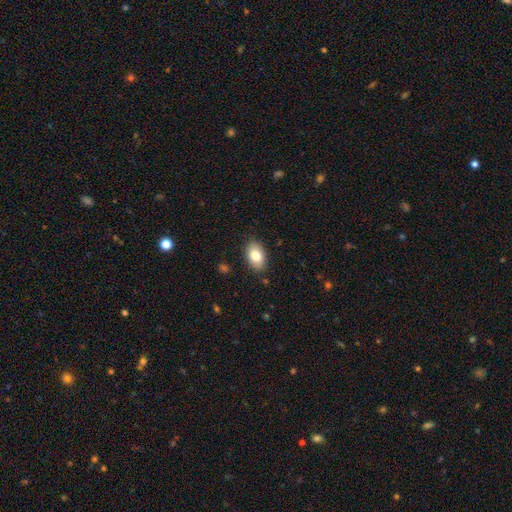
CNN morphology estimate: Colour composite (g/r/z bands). It shows a smooth galaxy with no disk features (82%) that is in between round and cigar-shaped (89%). Merging: none (86%).